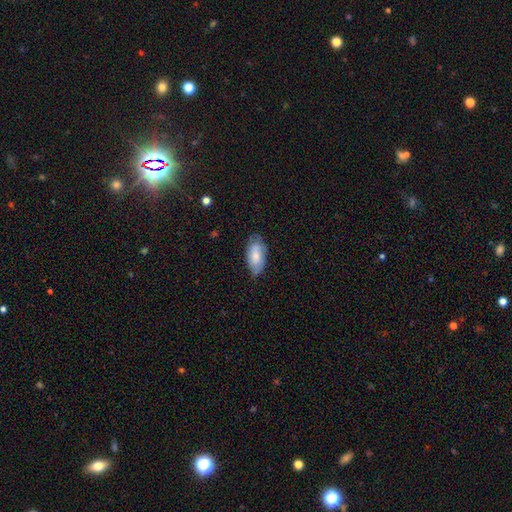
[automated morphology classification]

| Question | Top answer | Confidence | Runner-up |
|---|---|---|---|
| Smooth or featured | smooth | 70% | featured or disk (24%) |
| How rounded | in between | 93% | cigar-shaped (5%) |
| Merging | none | 67% | minor disturbance (27%) |